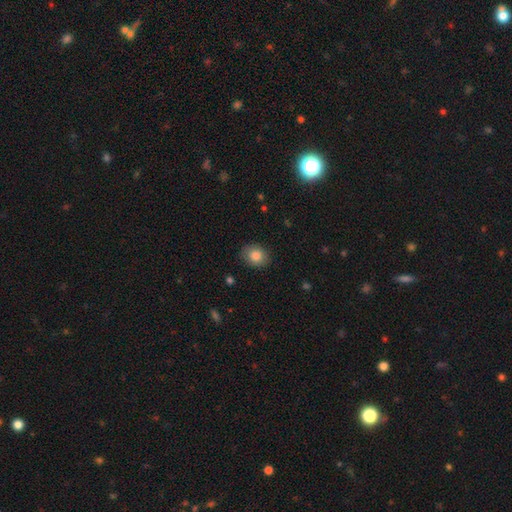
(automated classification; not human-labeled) Smooth or featured: smooth — 84% (star or artifact — 9%)
How rounded: round — 59% (in between — 40%)
Merging: none — 87% (minor disturbance — 9%)